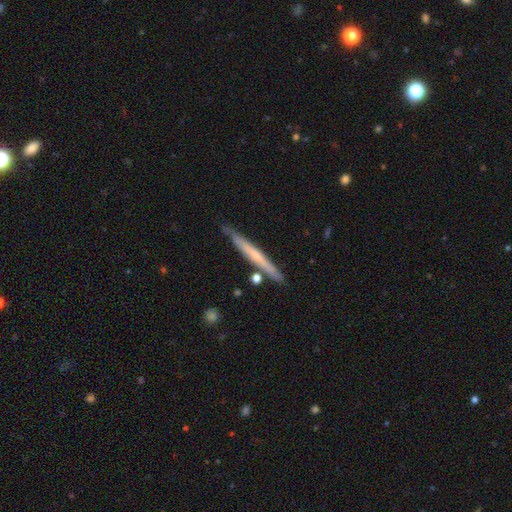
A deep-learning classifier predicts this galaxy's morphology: Smooth or featured: featured or disk — 55% (smooth — 39%)
Edge-on disk: yes — 94% (no — 6%)
Edge-on bulge: none — 60% (rounded — 35%)
Merging: none — 80% (minor disturbance — 13%)